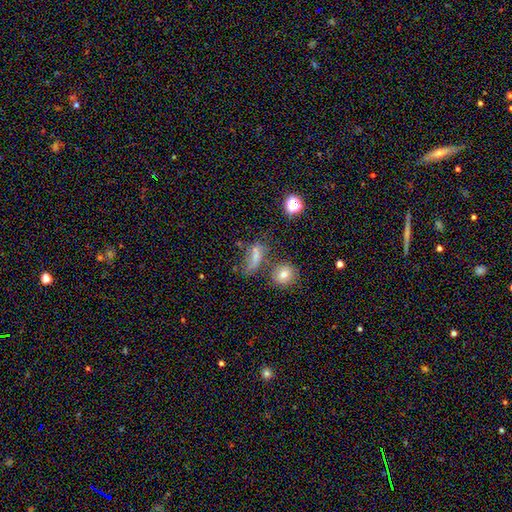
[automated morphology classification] This is possibly a smooth galaxy (57%). How rounded: likely in between (64%). Merging: marginally none (36%).